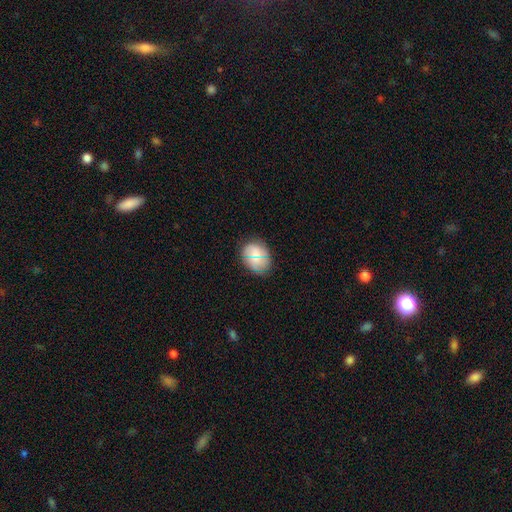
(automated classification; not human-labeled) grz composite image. It shows a smooth galaxy with no disk features (68%) that is in between round and cigar-shaped (55%). Merging: none (71%).